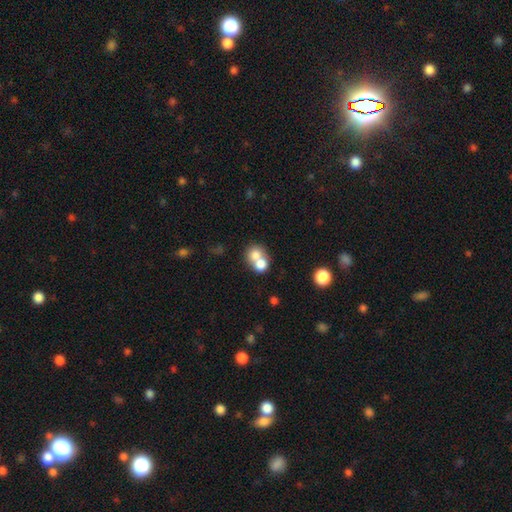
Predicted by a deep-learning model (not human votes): A smooth galaxy with no disk features (73%) that is round (72%).

Vote fractions:
- Smooth or featured? smooth: 73% / featured or disk: 17% / star or artifact: 10%
- How rounded? round: 72% / in between: 27% / cigar-shaped: 1%
- Merging? merger: 65% / none: 26% / minor disturbance: 5% / major disturbance: 3%